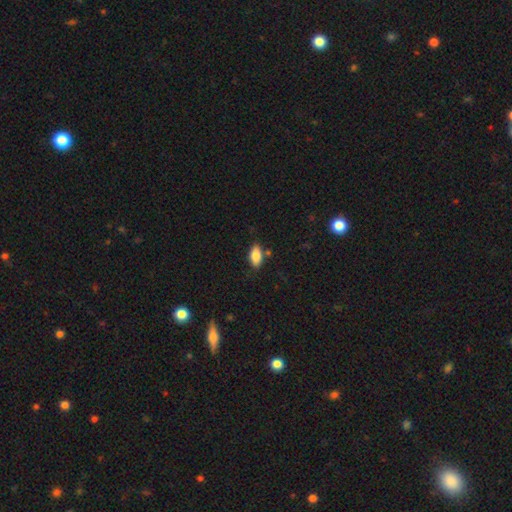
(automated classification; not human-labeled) smooth-or-featured: smooth: 85% | star or artifact: 7% | featured or disk: 7%
  how-rounded: in between: 90% | cigar-shaped: 6% | round: 3%
  merging: none: 80% | minor disturbance: 14% | merger: 3% | major disturbance: 3%